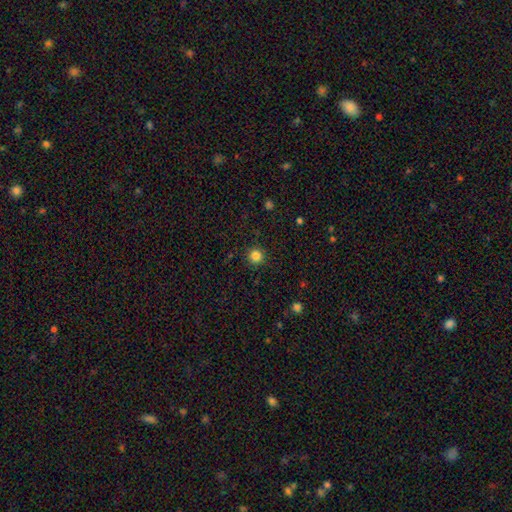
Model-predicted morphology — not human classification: Q: Smooth or featured?
A: smooth (84%); runner-up: star or artifact (12%)
Q: How rounded?
A: round (95%); runner-up: in between (4%)
Q: Merging?
A: none (91%); runner-up: minor disturbance (6%)